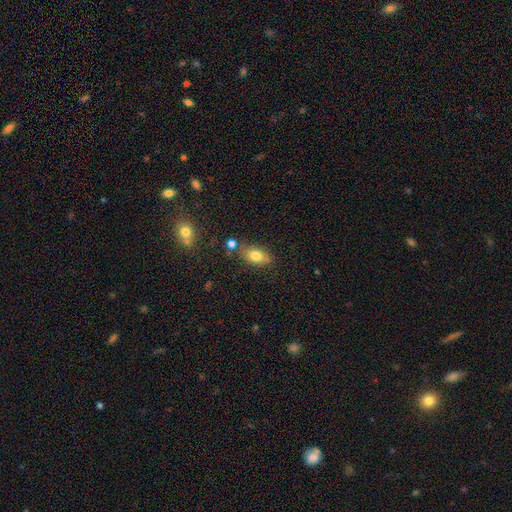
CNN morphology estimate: A smooth galaxy with no disk features (79%) that is in between round and cigar-shaped (83%). Merging: none (66%).